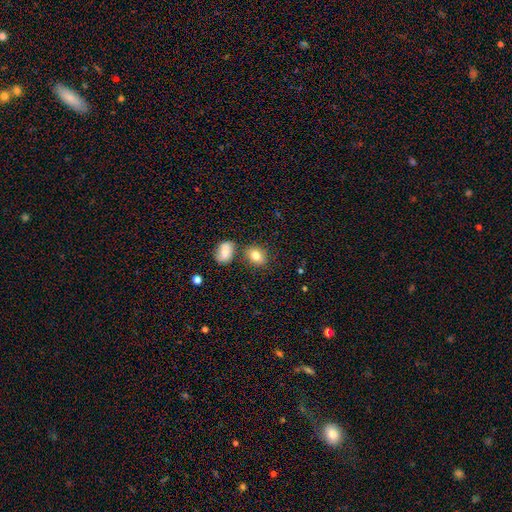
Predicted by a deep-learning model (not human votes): Smooth or featured? Predicted: smooth (p=0.80). How rounded? Predicted: in between (p=0.58). Merging? Predicted: none (p=0.74).